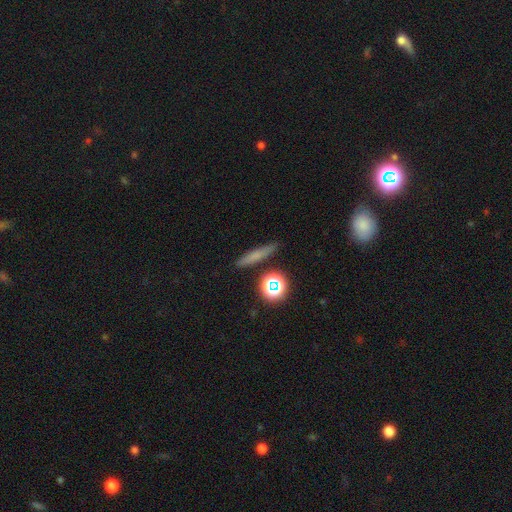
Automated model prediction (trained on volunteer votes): Morphology: type=smooth (61%); roundness=cigar-shaped (80%); merging=none (86%).